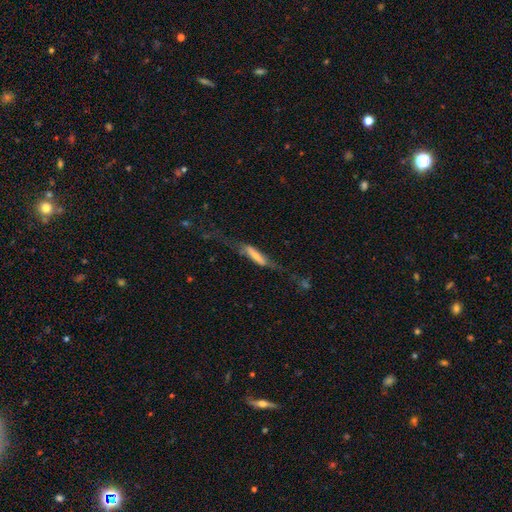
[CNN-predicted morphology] Smooth or featured: featured or disk — 46% (tied with smooth — 46%)
Merging: major disturbance — 38% (none — 35%)